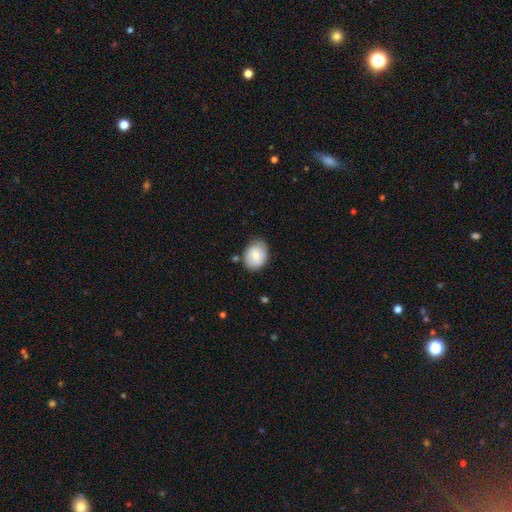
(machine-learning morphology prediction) Smooth or featured? smooth (73%)
How rounded? in between (57%)
Merging? none (74%)